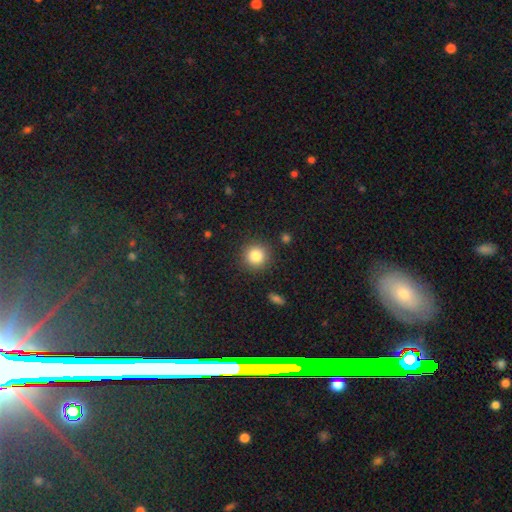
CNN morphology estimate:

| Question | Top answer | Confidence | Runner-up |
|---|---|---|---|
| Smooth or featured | smooth | 83% | star or artifact (11%) |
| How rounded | round | 93% | in between (6%) |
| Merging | none | 89% | minor disturbance (7%) |